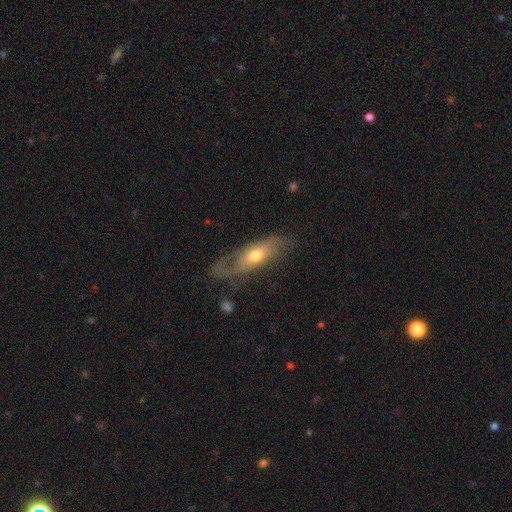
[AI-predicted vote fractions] A featured or disk galaxy (59%). Merging: none (54%).